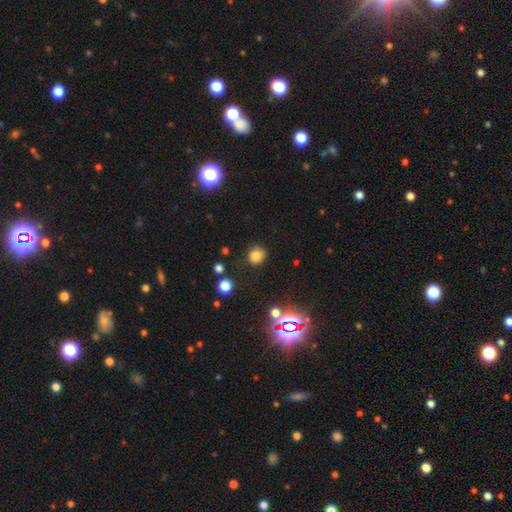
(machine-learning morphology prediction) This appears to be a smooth galaxy with no disk features (77%) that is round (77%). Merging: none (76%).